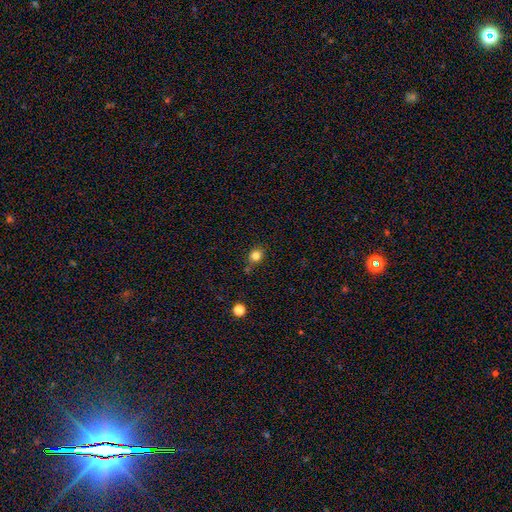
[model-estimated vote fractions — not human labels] smooth_or_featured: smooth (p=0.82) [alt: star or artifact p=0.13]
how_rounded: round (p=0.74) [alt: in between p=0.25]
merging: none (p=0.72) [alt: minor disturbance p=0.15]